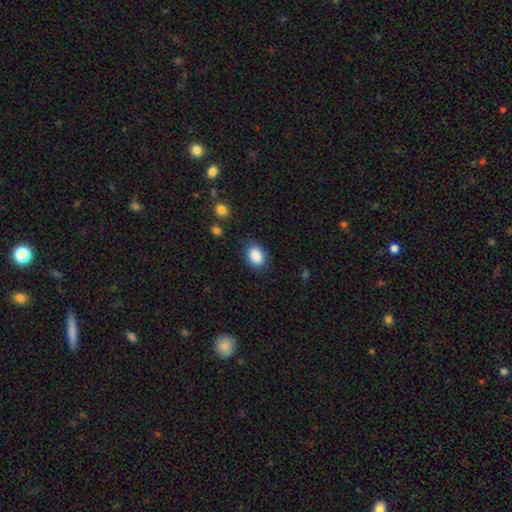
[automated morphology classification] The model was most divided on "how rounded": in between: 78%, round: 20%, cigar-shaped: 1%. More confident: smooth or featured — smooth (89%); merging — none (80%).